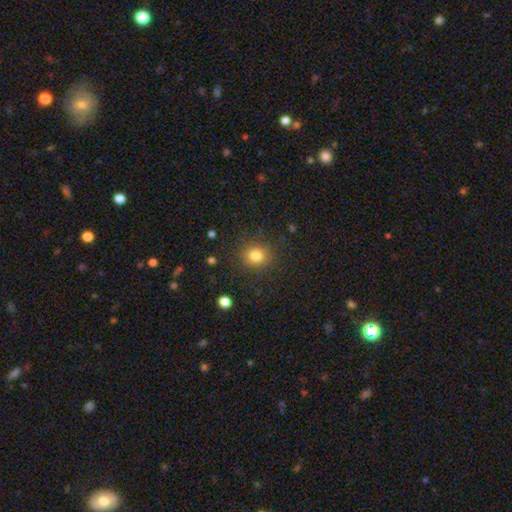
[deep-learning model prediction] Smooth or featured? Predicted: smooth (p=0.82). How rounded? Predicted: round (p=0.81). Merging? Predicted: none (p=0.87).